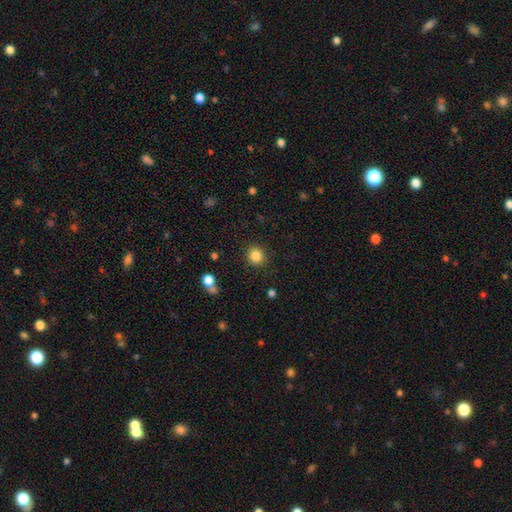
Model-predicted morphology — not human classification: Smooth or featured?
  - smooth: 85% *
  - star or artifact: 11%
  - featured or disk: 4%
How rounded?
  - round: 88% *
  - in between: 11%
  - cigar-shaped: 1%
Merging?
  - none: 89% *
  - minor disturbance: 7%
  - major disturbance: 3%
  - merger: 2%